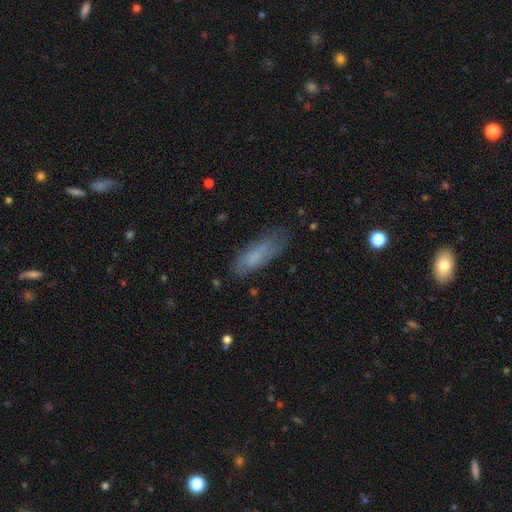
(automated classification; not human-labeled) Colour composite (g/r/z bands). It shows a smooth galaxy with no disk features (69%) that is in between round and cigar-shaped (58%). Merging: none (65%).